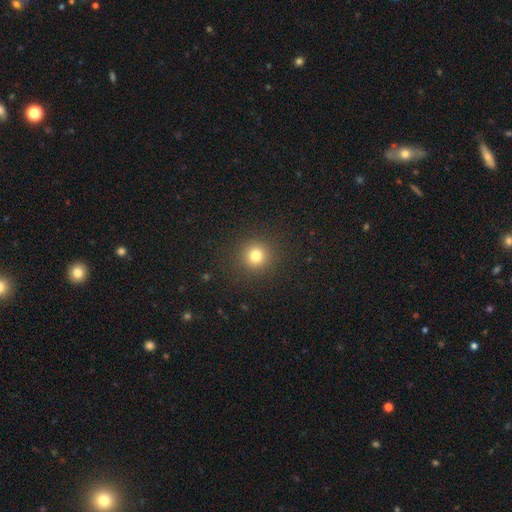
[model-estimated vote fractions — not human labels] This is likely a smooth galaxy (79%). How rounded: clearly round (93%). Merging: clearly none (90%).